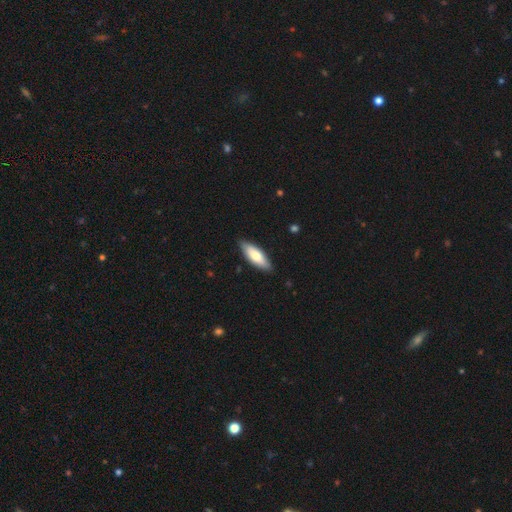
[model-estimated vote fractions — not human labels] smooth 73%, featured or disk 21%, star or artifact 5%. Down the decision tree: how rounded — in between (64%); merging — none (87%).